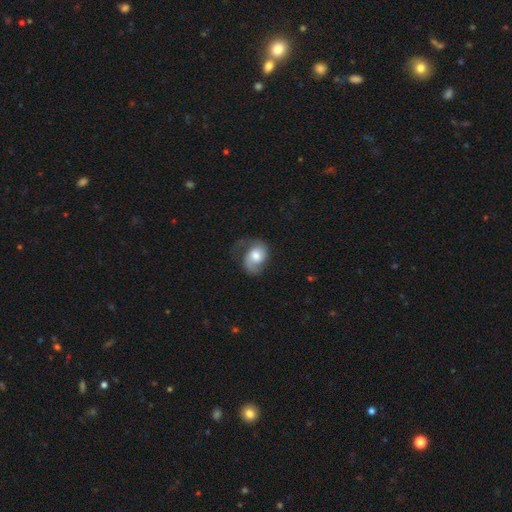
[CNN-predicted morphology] Q: Smooth or featured?
A: featured or disk (55%); runner-up: smooth (38%)
Q: Edge-on disk?
A: no (97%); runner-up: yes (3%)
Q: Bar?
A: no (70%); runner-up: weak (25%)
Q: Spiral arms?
A: yes (87%); runner-up: no (13%)
Q: Bulge size?
A: moderate (59%); runner-up: large (21%)
Q: Merging?
A: none (42%); runner-up: major disturbance (29%)